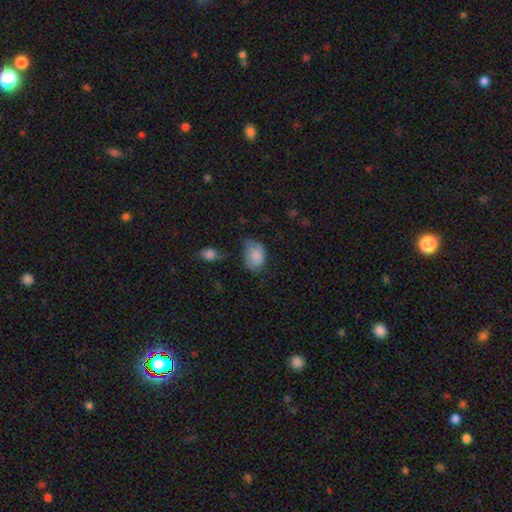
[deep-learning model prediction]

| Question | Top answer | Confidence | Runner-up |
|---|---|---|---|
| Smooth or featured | smooth | 83% | featured or disk (10%) |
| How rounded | in between | 76% | round (23%) |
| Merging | none | 47% | minor disturbance (36%) |